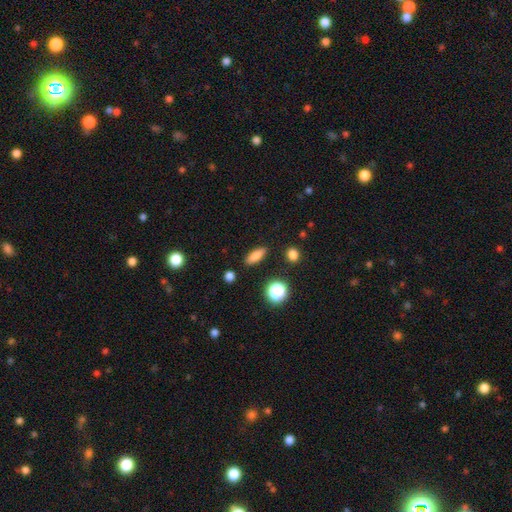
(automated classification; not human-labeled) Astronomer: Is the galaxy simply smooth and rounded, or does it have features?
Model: smooth — 80%.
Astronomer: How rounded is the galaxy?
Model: in between — 58% (runner-up: cigar-shaped, 35%).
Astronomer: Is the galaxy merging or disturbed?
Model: none — 88%.